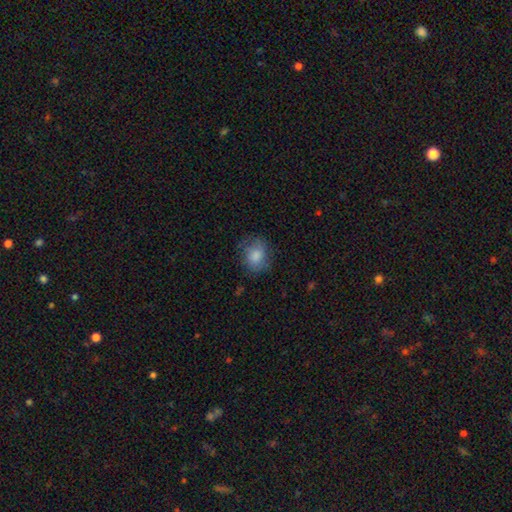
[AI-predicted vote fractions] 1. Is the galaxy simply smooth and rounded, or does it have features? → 81% smooth, 12% featured or disk, 7% star or artifact.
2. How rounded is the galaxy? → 61% round, 38% in between, 1% cigar-shaped.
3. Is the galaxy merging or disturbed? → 68% none, 22% minor disturbance, 9% major disturbance, 1% merger.